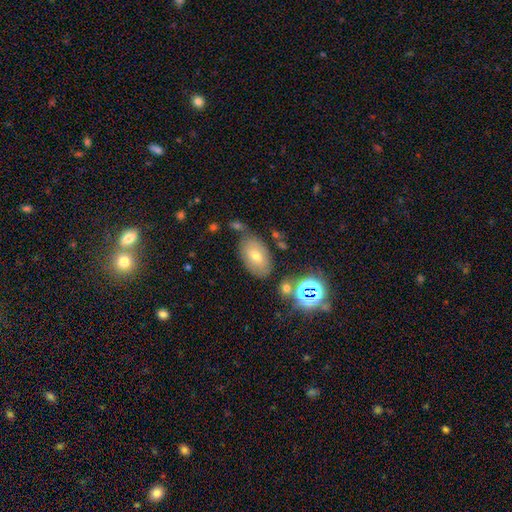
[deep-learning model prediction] Q: Smooth or featured?
A: smooth (64%); runner-up: featured or disk (22%)
Q: How rounded?
A: in between (90%); runner-up: round (8%)
Q: Merging?
A: none (68%); runner-up: minor disturbance (17%)